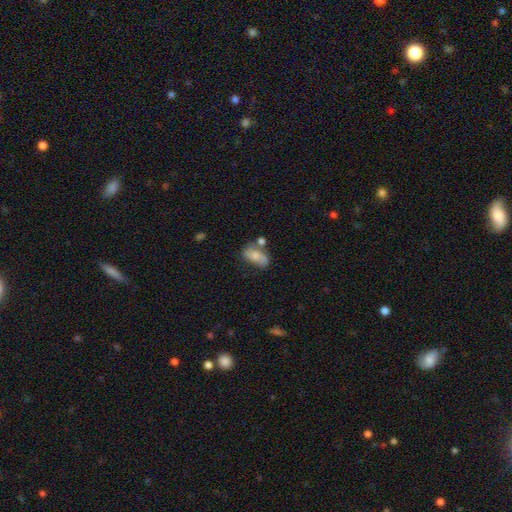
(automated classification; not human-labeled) Overall: smooth (57%; featured or disk 35%). How rounded: in between (87%). Merging: none (49%; minor disturbance 24%).